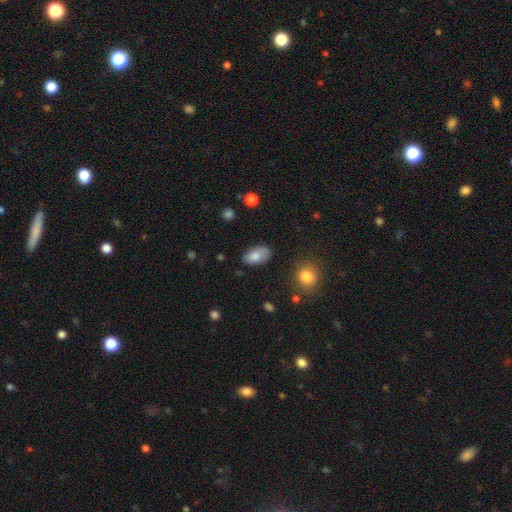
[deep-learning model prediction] Smooth or featured: smooth — 78% (featured or disk — 15%)
How rounded: in between — 93% (round — 6%)
Merging: none — 73% (minor disturbance — 19%)